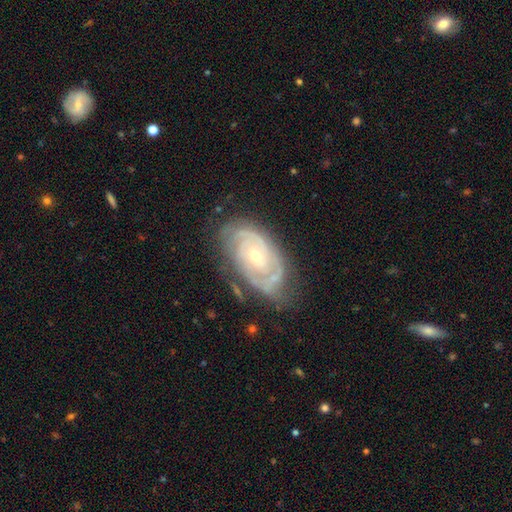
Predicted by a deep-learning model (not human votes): This appears to be a featured or disk galaxy (88%) with no bar (64%), 2 (46%) tight (74%) spiral arms (96%) and a small central bulge (54%). Merging: none (68%).